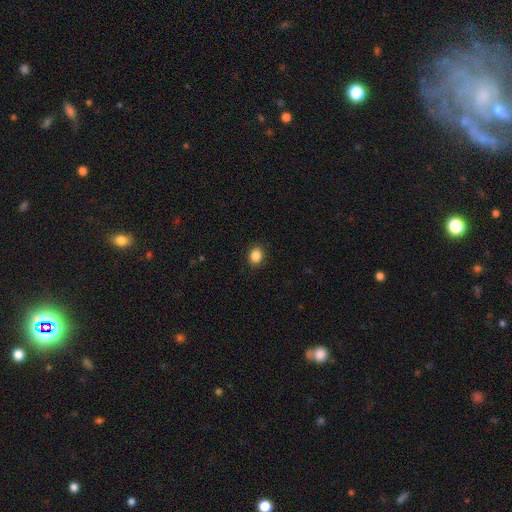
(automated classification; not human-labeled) A smooth galaxy with no disk features (87%) that is round (52%). Merging: none (90%).